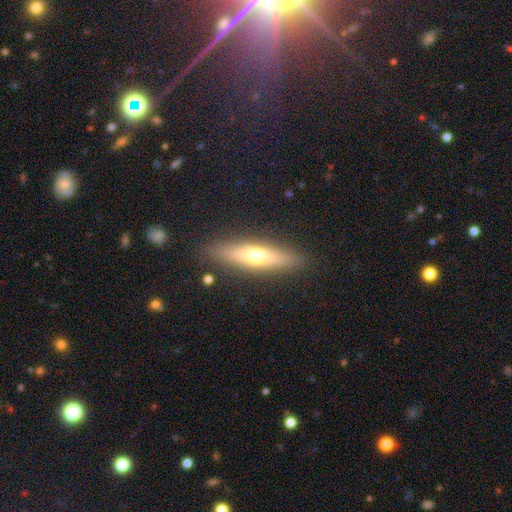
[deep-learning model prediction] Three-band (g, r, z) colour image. It shows a smooth galaxy with no disk features (52%) that is cigar-shaped (76%). Merging: none (88%).